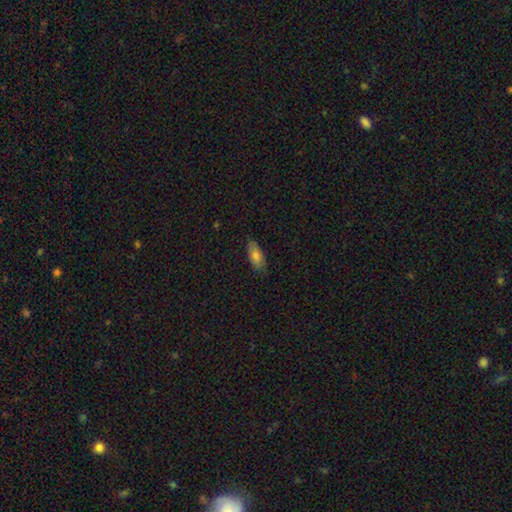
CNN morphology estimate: Smooth or featured?
  - smooth: 79% *
  - featured or disk: 15%
  - star or artifact: 7%
How rounded?
  - in between: 84% *
  - cigar-shaped: 14%
  - round: 2%
Merging?
  - none: 81% *
  - minor disturbance: 16%
  - major disturbance: 3%
  - merger: 1%